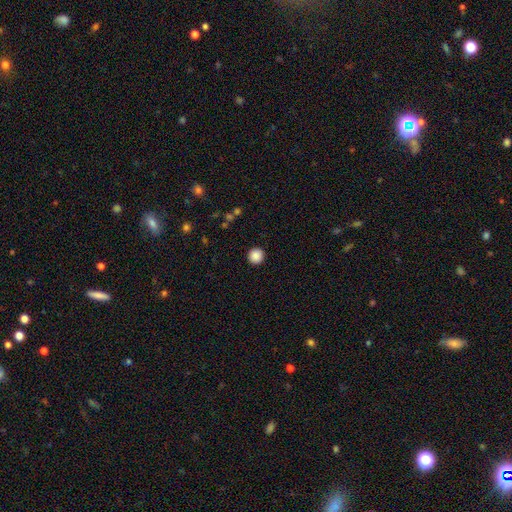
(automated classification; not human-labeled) smooth 88%, star or artifact 9%, featured or disk 3%. Down the decision tree: how rounded — round (95%); merging — none (92%).